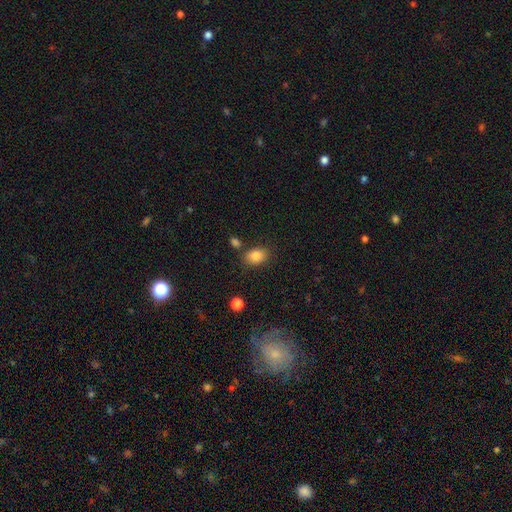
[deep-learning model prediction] A smooth galaxy with no disk features (85%) that is in between round and cigar-shaped (78%). Merging: none (74%).